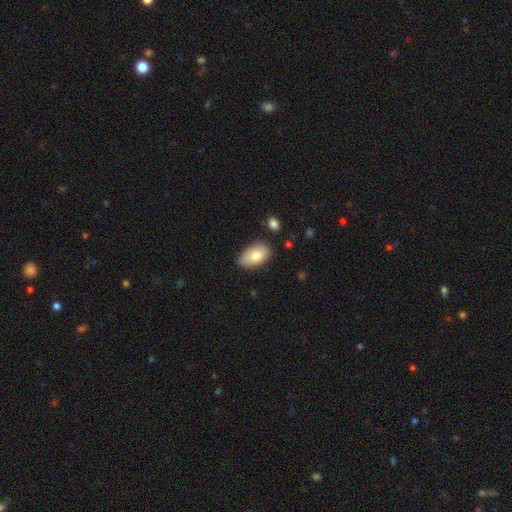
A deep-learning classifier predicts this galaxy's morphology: This is likely a smooth galaxy (77%). How rounded: clearly in between (93%). Merging: likely none (67%).